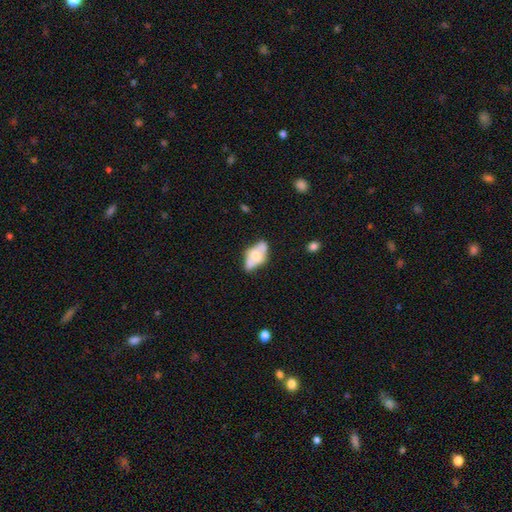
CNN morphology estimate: This appears to be a featured or disk galaxy (47%). Merging: none (52%).